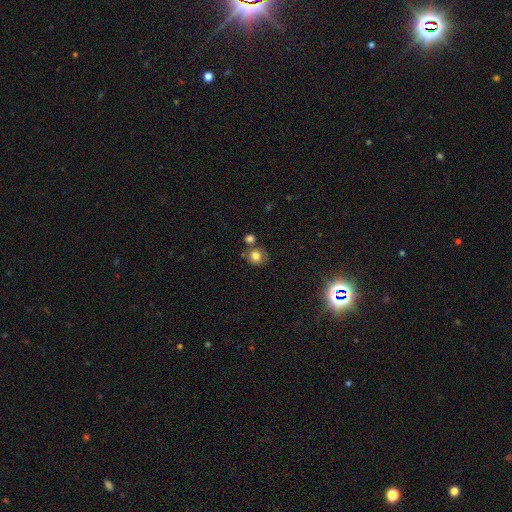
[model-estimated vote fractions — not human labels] Morphology: type=smooth (78%); roundness=round (81%); merging=none (66%).